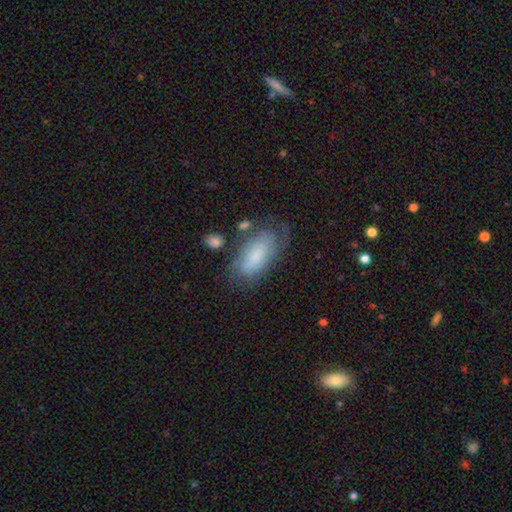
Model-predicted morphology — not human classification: This appears to be a smooth galaxy with no disk features (59%) that is in between round and cigar-shaped (88%). Merging: none (55%).